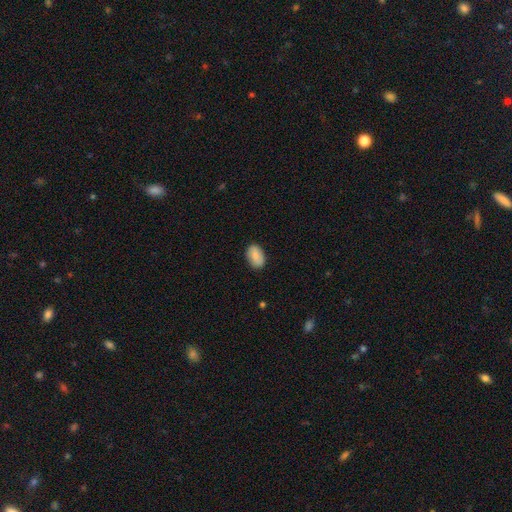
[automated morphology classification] smooth 83%, featured or disk 10%, star or artifact 7%. Down the decision tree: how rounded — in between (87%); merging — none (85%).